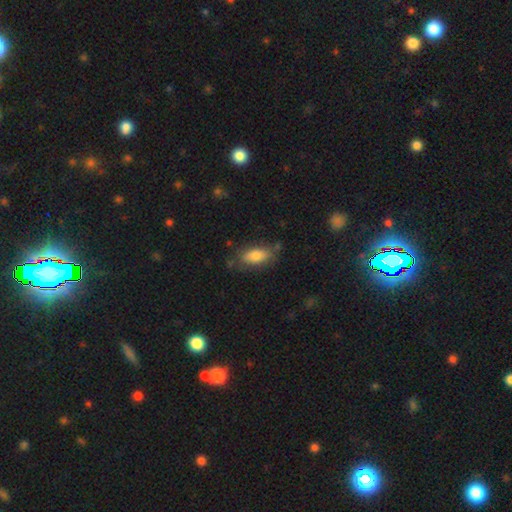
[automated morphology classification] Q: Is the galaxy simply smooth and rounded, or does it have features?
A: smooth — 74%.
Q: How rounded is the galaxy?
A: in between — 84%.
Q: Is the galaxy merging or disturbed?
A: none — 67%.